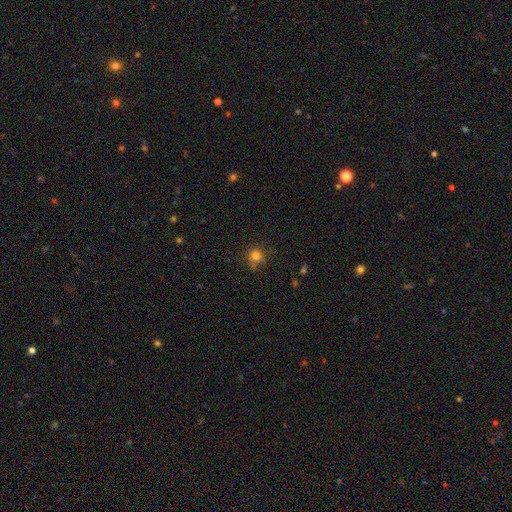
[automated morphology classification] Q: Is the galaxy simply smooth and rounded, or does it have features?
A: smooth — 80%.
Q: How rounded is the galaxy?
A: round — 89%.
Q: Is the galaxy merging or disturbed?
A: none — 72%.